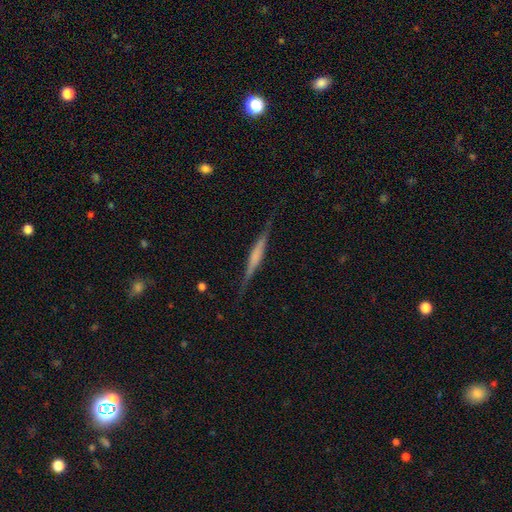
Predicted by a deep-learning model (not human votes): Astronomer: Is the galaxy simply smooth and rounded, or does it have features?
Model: featured or disk — 65%.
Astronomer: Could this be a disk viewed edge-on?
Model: yes — 97%.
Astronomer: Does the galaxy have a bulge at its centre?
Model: boxy — 37% (runner-up: none, 33%).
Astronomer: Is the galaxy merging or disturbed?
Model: none — 84%.